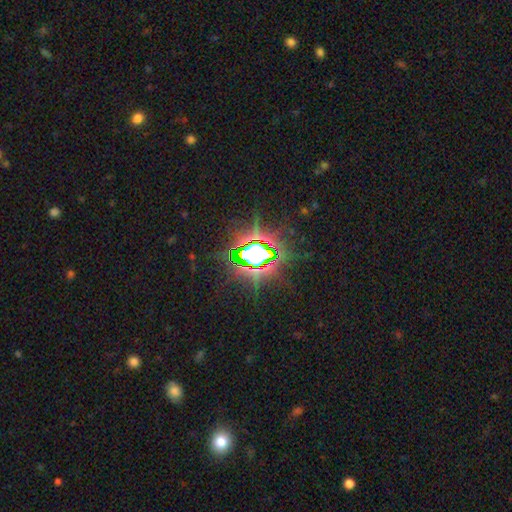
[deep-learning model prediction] Overall: star or artifact (81%).